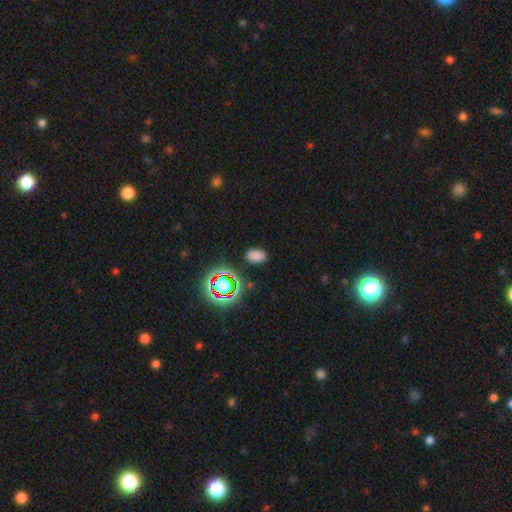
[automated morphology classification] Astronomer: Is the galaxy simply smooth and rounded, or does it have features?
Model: smooth — 74%.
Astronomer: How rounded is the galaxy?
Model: in between — 87%.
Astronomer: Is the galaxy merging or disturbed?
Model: none — 85%.